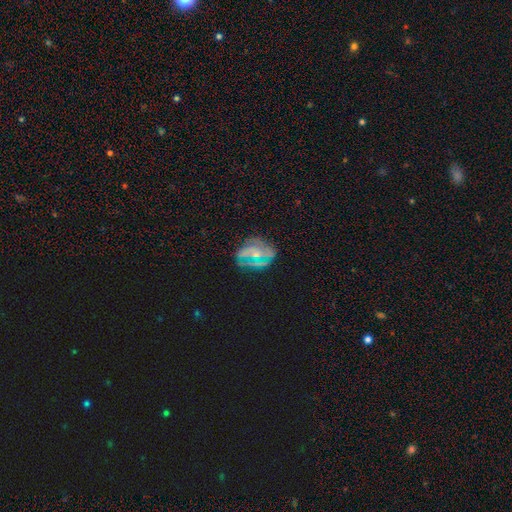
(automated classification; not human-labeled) This is marginally a featured or disk galaxy (40%). Merging: likely none (70%).